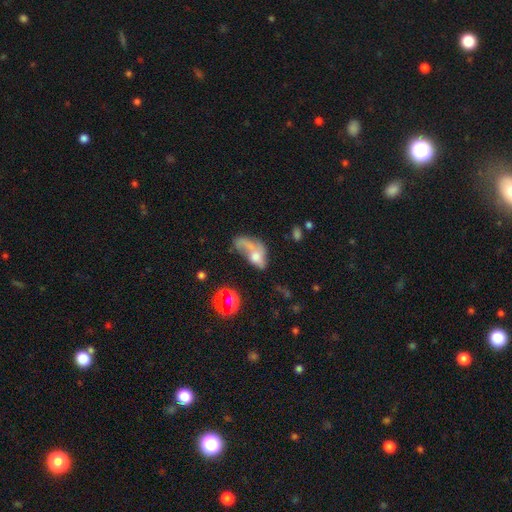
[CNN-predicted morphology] Smooth or featured?
  - smooth: 46% *
  - featured or disk: 38%
  - star or artifact: 17%
Merging?
  - major disturbance: 43% *
  - merger: 25%
  - none: 18%
  - minor disturbance: 15%